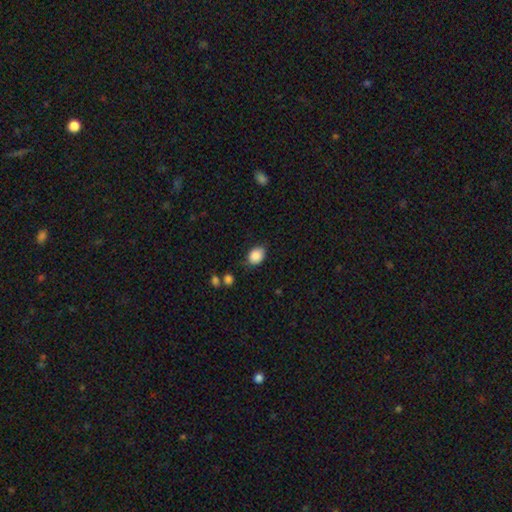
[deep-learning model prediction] A smooth galaxy with no disk features (87%) that is in between round and cigar-shaped (58%). Merging: none (70%).